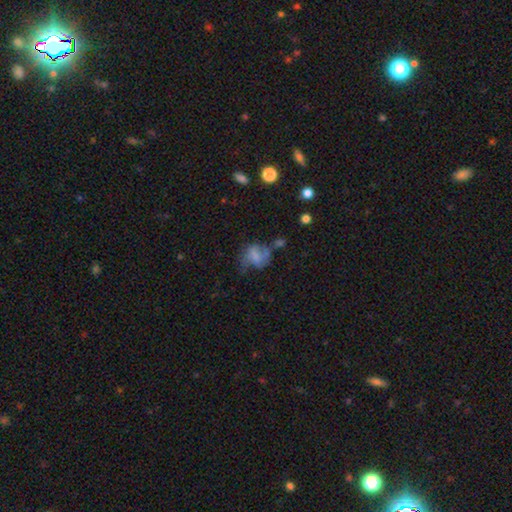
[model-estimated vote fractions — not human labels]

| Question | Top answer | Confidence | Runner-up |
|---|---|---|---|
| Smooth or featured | smooth | 58% | featured or disk (30%) |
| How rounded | in between | 55% | round (44%) |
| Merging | none | 32% | major disturbance (31%) |